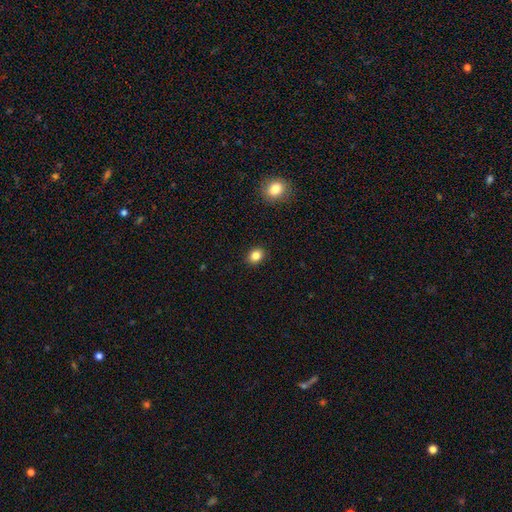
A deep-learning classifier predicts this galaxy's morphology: A smooth galaxy with no disk features (84%) that is in between round and cigar-shaped (50%).

Vote fractions:
- Smooth or featured? smooth: 84% / star or artifact: 10% / featured or disk: 5%
- How rounded? in between: 50% / round: 49% / cigar-shaped: 1%
- Merging? none: 90% / minor disturbance: 7% / major disturbance: 2% / merger: 1%